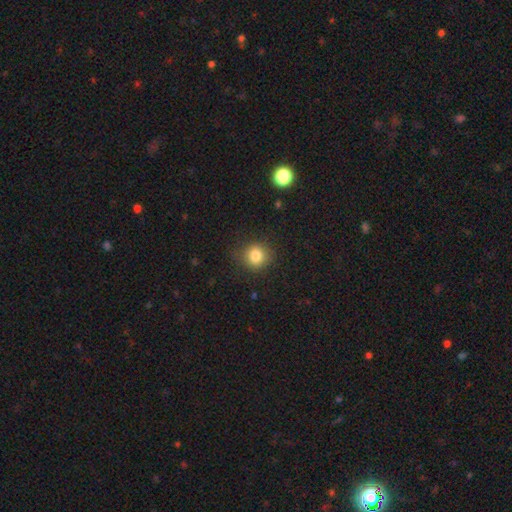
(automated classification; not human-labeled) Smooth or featured? Predicted: smooth (p=0.82). How rounded? Predicted: round (p=0.85). Merging? Predicted: none (p=0.84).